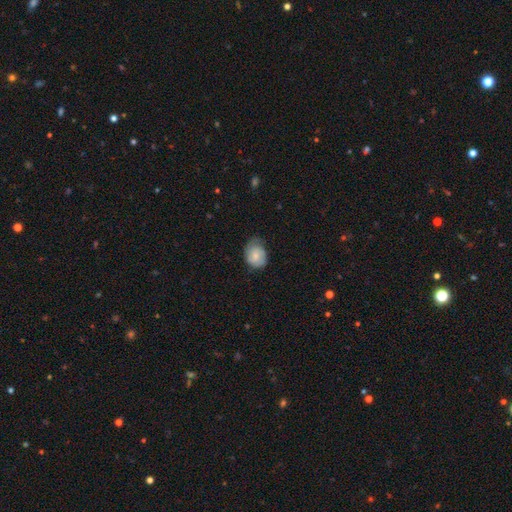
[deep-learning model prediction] A smooth galaxy with no disk features (62%) that is in between round and cigar-shaped (56%). Merging: none (51%).